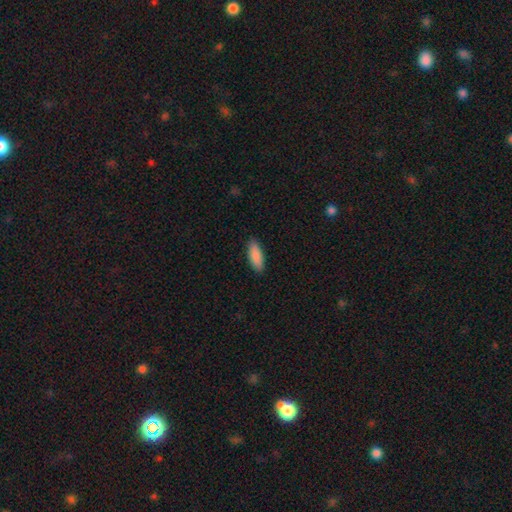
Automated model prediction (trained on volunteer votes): A smooth galaxy with no disk features (89%) that is in between round and cigar-shaped (68%).

Vote fractions:
- Smooth or featured? smooth: 89% / star or artifact: 6% / featured or disk: 5%
- How rounded? in between: 68% / cigar-shaped: 31% / round: 2%
- Merging? none: 89% / minor disturbance: 8% / major disturbance: 2% / merger: 1%